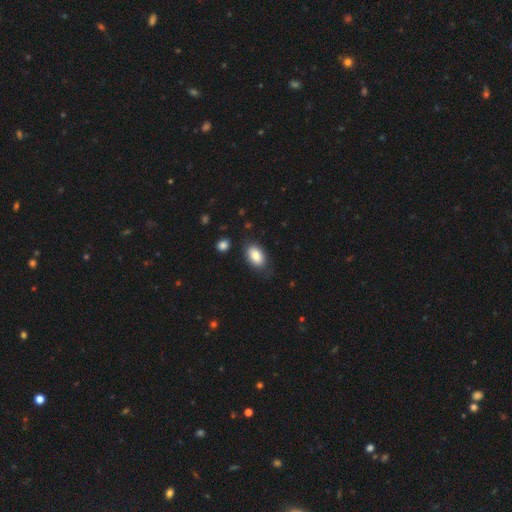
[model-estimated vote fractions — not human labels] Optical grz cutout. It shows a smooth galaxy with no disk features (84%) that is in between round and cigar-shaped (91%). Merging: none (76%).